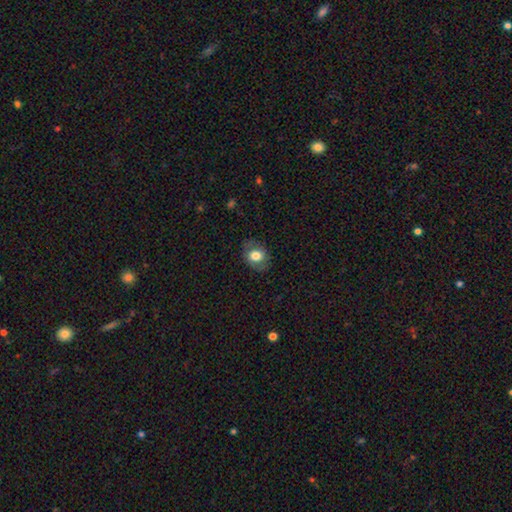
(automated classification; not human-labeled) smooth-or-featured: smooth: 70% | featured or disk: 21% | star or artifact: 8%
  how-rounded: in between: 54% | round: 45% | cigar-shaped: 1%
  merging: none: 78% | minor disturbance: 15% | major disturbance: 6% | merger: 1%